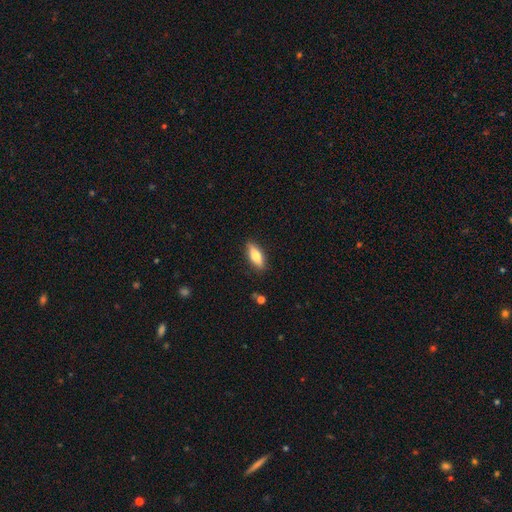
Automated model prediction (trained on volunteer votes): smooth 72%, featured or disk 22%, star or artifact 6%. Down the decision tree: how rounded — in between (62%); merging — none (87%).